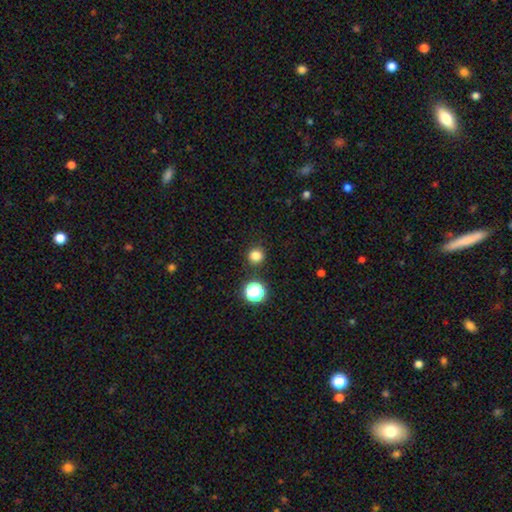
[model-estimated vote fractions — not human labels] This appears to be a smooth galaxy with no disk features (81%) that is round (94%). Merging: none (90%).